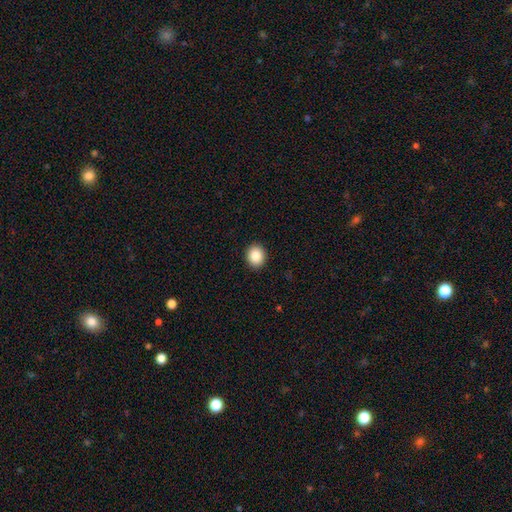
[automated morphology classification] The model was most divided on "how rounded": round: 73%, in between: 26%, cigar-shaped: 1%. More confident: merging — none (92%); smooth or featured — smooth (87%).